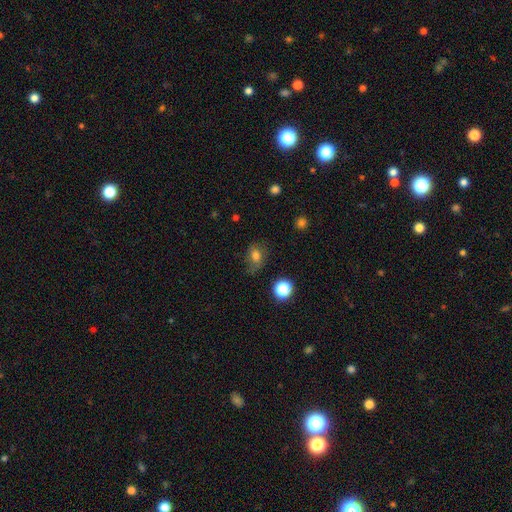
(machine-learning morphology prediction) Smooth or featured: smooth — 75% (star or artifact — 14%)
How rounded: in between — 58% (round — 40%)
Merging: none — 59% (minor disturbance — 27%)